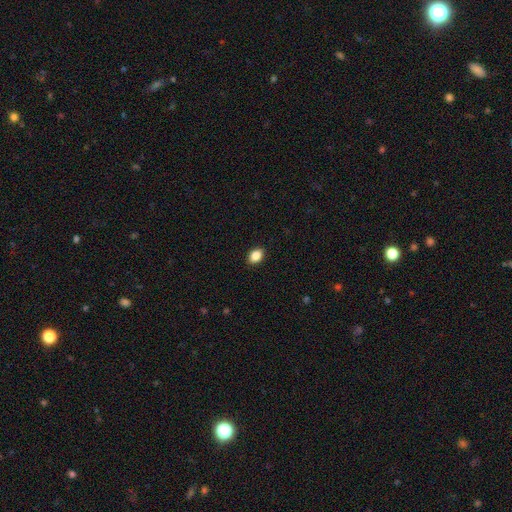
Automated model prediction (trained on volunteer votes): Smooth or featured: smooth — 87% (star or artifact — 8%)
How rounded: in between — 79% (round — 20%)
Merging: none — 90% (minor disturbance — 7%)